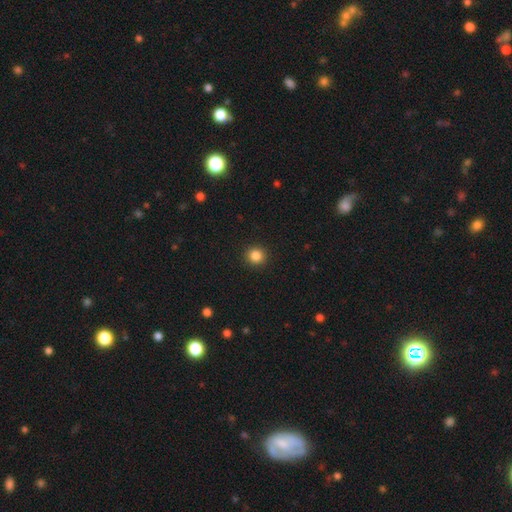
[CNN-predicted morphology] This is clearly a smooth galaxy (85%). How rounded: clearly round (93%). Merging: clearly none (92%).